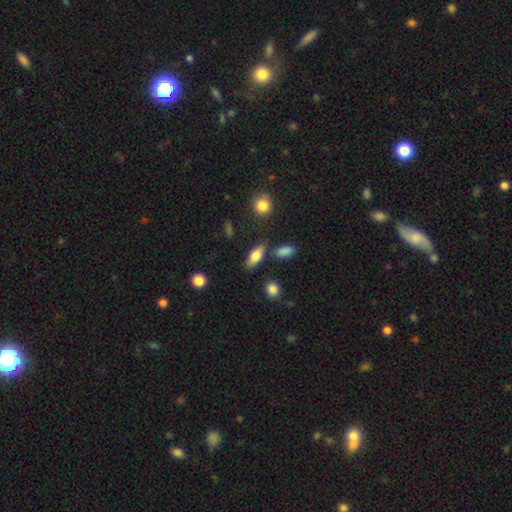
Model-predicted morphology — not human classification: Smooth or featured? smooth (76%)
How rounded? in between (78%)
Merging? none (76%)